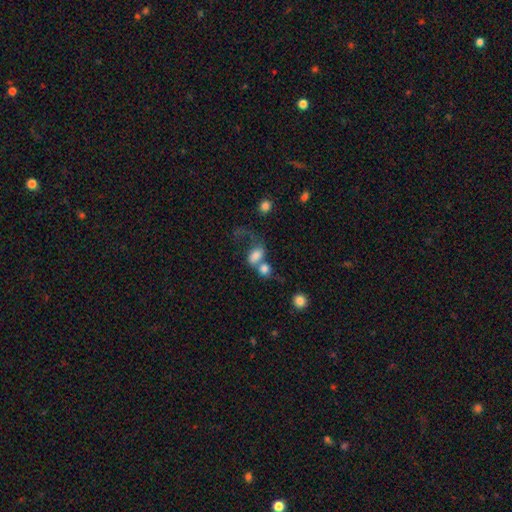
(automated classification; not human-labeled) This is likely a smooth galaxy (72%). How rounded: likely in between (75%). Merging: possibly merger (58%).